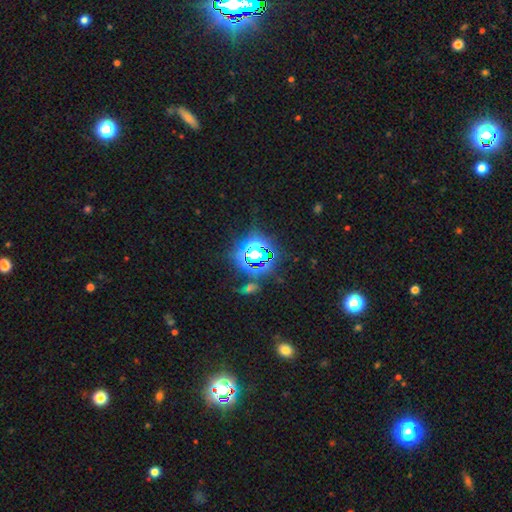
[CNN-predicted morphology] Overall: star or artifact (75%).